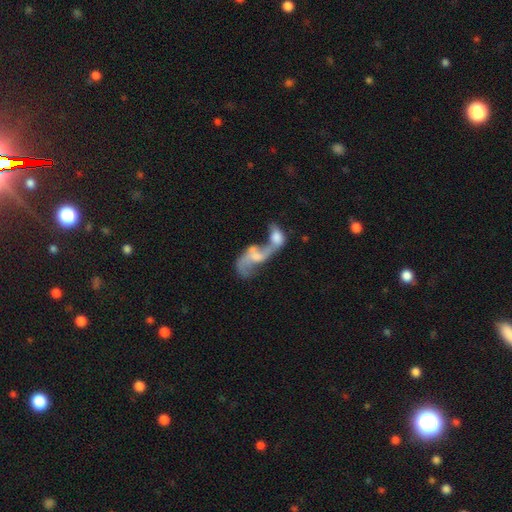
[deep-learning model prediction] smooth-or-featured: featured or disk: 70% | smooth: 19% | star or artifact: 11%
  disk-edge-on: no: 94% | yes: 6%
    bar: no: 58% | weak: 33% | strong: 9%
    has-spiral-arms: yes: 79% | no: 21%
      spiral-winding: loose: 78% | medium: 17% | tight: 5%
      spiral-arm-count: 2: 75% | 1: 13% | can't tell: 8% | 3: 2% | 4: 1% | more than 4: 1%
    bulge-size: small: 41% | moderate: 32% | none: 21% | large: 5% | dominant: 2%
  merging: merger: 72% | none: 12% | major disturbance: 10% | minor disturbance: 6%